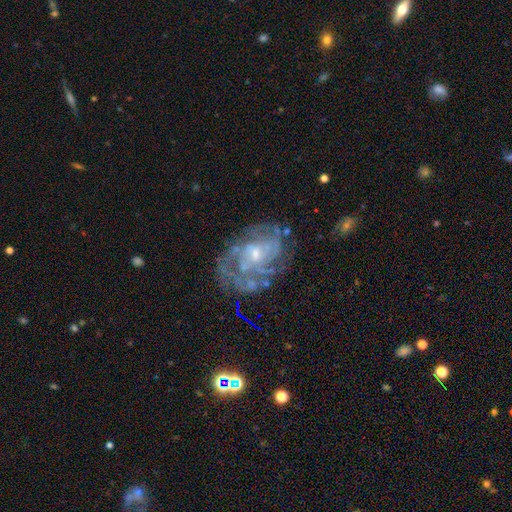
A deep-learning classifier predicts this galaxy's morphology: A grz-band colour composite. It shows a featured or disk galaxy (78%) with no bar (68%), tight (56%) spiral arms (80%) and a small central bulge (59%). Merging: none (65%).